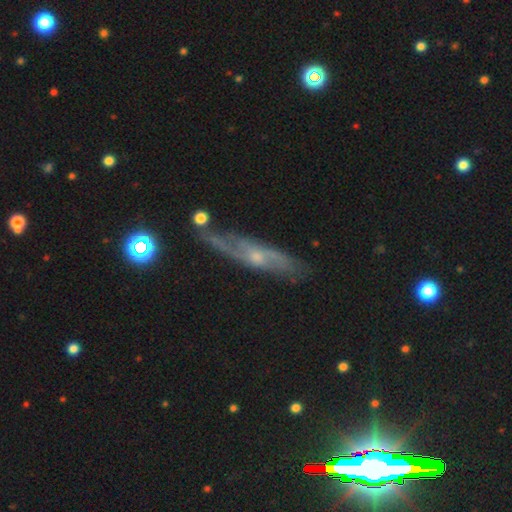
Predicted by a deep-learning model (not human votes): featured or disk 71%, smooth 22%, star or artifact 7%. Down the decision tree: edge-on disk — no (59%); merging — none (59%).